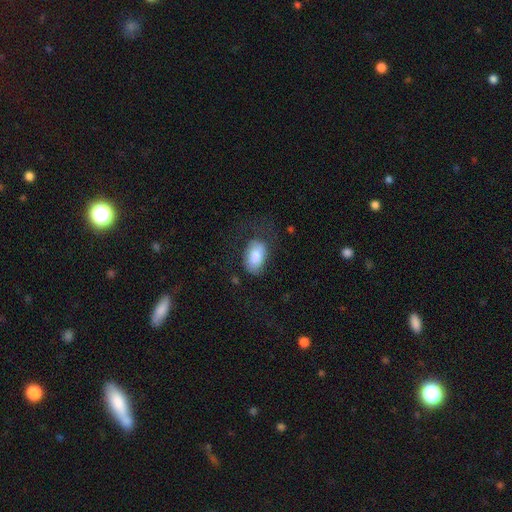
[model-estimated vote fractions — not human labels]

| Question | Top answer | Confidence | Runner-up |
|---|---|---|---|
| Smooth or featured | smooth | 81% | featured or disk (12%) |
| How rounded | in between | 92% | round (6%) |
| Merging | none | 54% | minor disturbance (24%) |